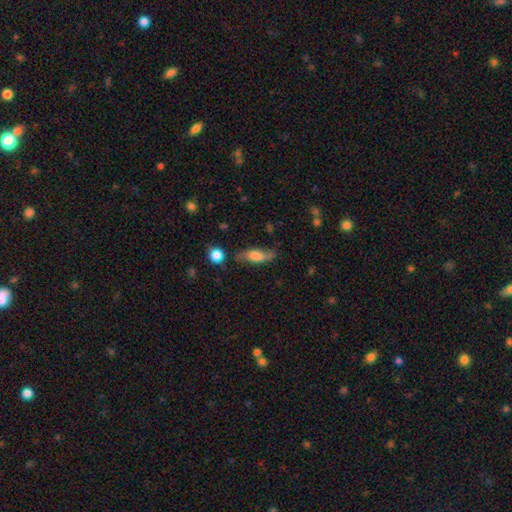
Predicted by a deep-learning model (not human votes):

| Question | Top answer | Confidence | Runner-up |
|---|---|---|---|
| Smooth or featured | featured or disk | 47% | smooth (44%) |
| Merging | none | 68% | minor disturbance (21%) |